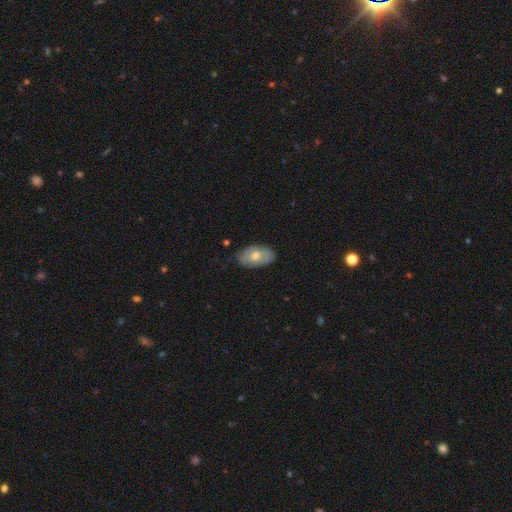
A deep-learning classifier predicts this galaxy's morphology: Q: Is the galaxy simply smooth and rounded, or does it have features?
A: smooth — 51%.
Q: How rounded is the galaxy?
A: in between — 92%.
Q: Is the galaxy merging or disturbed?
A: none — 79%.